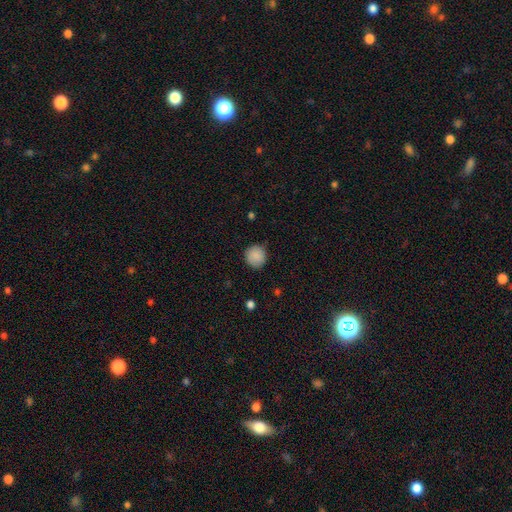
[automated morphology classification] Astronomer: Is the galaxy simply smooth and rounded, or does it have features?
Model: smooth — 88%.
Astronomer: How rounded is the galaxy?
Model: round — 92%.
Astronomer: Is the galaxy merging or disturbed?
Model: none — 85%.